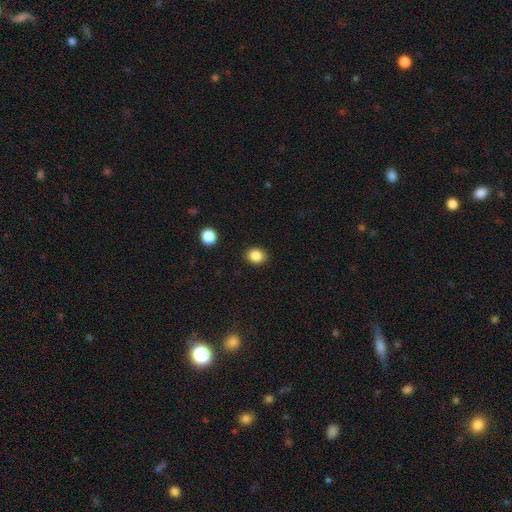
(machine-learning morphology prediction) Smooth or featured? smooth (86%)
How rounded? round (62%)
Merging? none (90%)